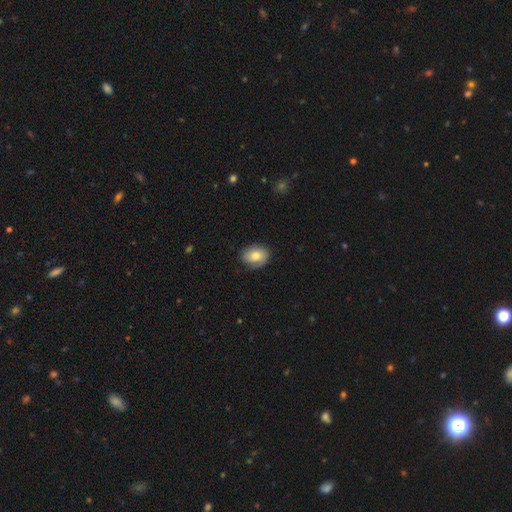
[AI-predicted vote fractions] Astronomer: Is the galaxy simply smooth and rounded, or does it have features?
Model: smooth — 73%.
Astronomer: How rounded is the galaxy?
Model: in between — 66%.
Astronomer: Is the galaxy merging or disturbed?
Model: none — 77%.